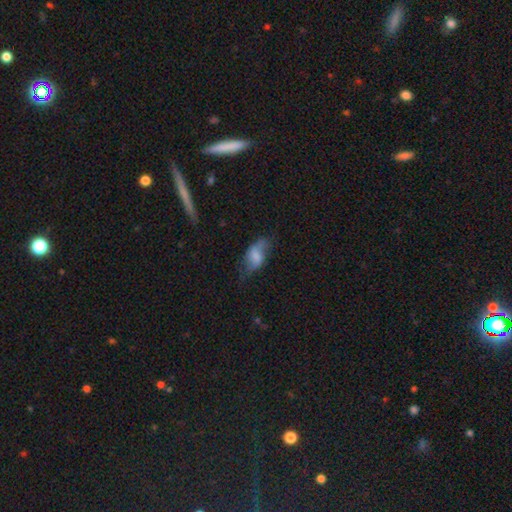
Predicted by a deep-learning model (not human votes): A smooth galaxy with no disk features (55%) that is in between round and cigar-shaped (88%).

Vote fractions:
- Smooth or featured? smooth: 55% / featured or disk: 36% / star or artifact: 9%
- How rounded? in between: 88% / round: 7% / cigar-shaped: 5%
- Merging? none: 48% / minor disturbance: 31% / major disturbance: 18% / merger: 3%